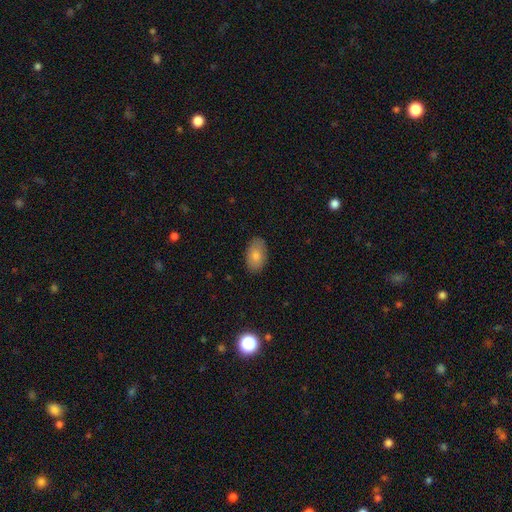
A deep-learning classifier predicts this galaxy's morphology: Smooth or featured? Predicted: smooth (p=0.80). How rounded? Predicted: in between (p=0.91). Merging? Predicted: none (p=0.85).